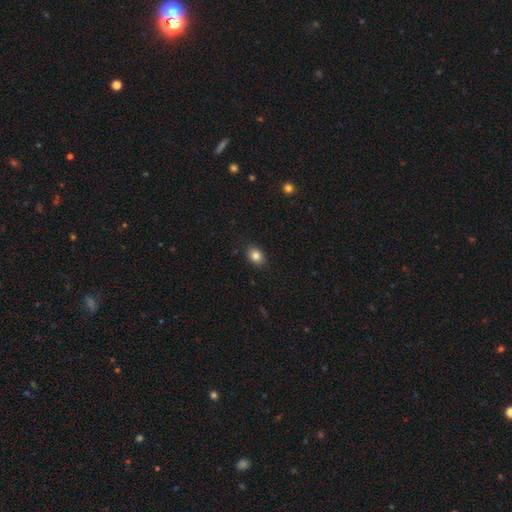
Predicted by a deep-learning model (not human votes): smooth_or_featured: smooth (p=0.84) [alt: star or artifact p=0.10]
how_rounded: in between (p=0.65) [alt: round p=0.34]
merging: none (p=0.87) [alt: minor disturbance p=0.09]